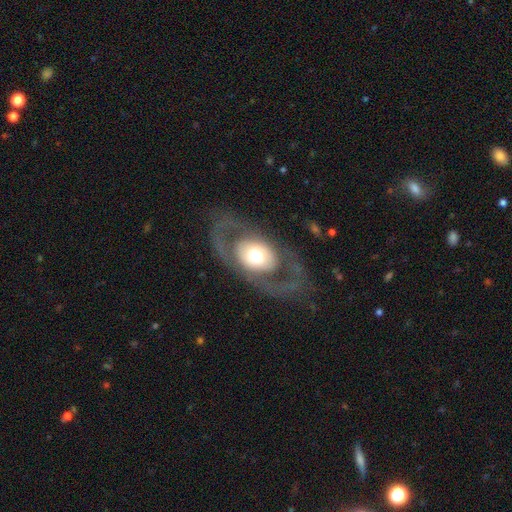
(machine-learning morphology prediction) Smooth or featured? featured or disk (63%)
Edge-on disk? no (89%)
Bar? no (84%)
Spiral arms? no (72%)
Bulge size? moderate (46%)
Merging? none (74%)